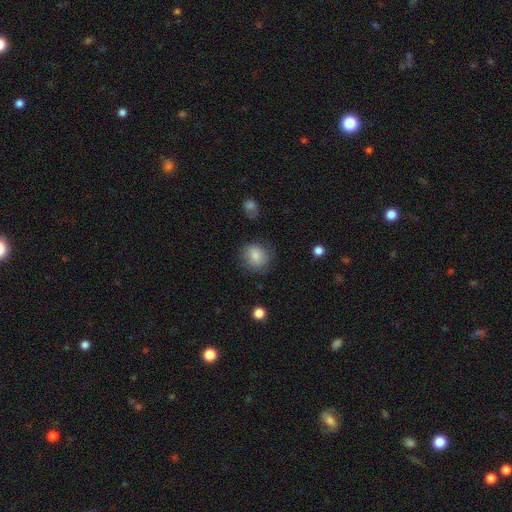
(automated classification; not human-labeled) The model was most divided on "how rounded": round: 79%, in between: 21%, cigar-shaped: 1%. More confident: smooth or featured — smooth (82%); merging — none (79%).